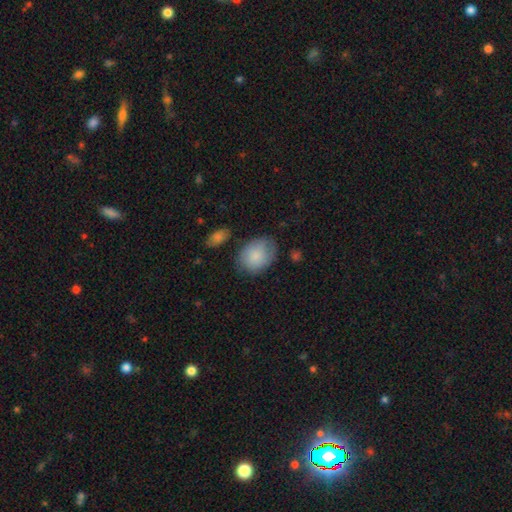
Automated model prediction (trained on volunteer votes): A smooth galaxy with no disk features (82%) that is in between round and cigar-shaped (65%).

Vote fractions:
- Smooth or featured? smooth: 82% / featured or disk: 12% / star or artifact: 6%
- How rounded? in between: 65% / round: 34% / cigar-shaped: 1%
- Merging? none: 67% / minor disturbance: 23% / major disturbance: 6% / merger: 4%